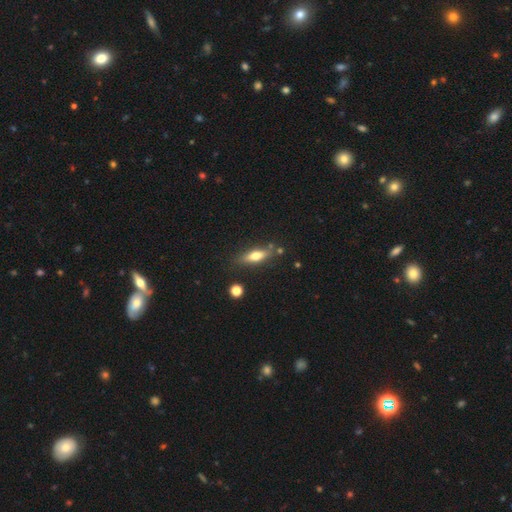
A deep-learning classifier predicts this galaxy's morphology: Smooth or featured: smooth — 58% (featured or disk — 34%)
How rounded: cigar-shaped — 52% (in between — 45%)
Merging: none — 76% (minor disturbance — 14%)